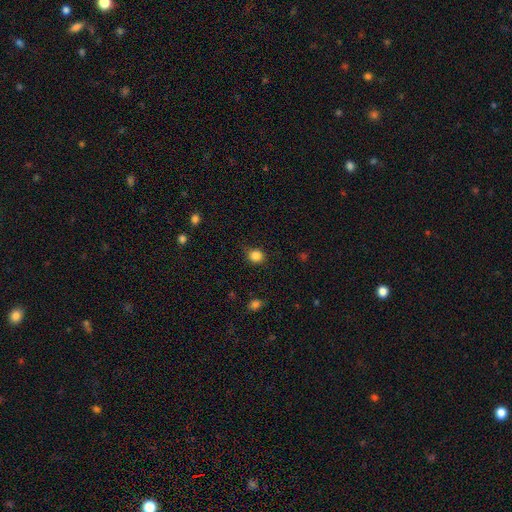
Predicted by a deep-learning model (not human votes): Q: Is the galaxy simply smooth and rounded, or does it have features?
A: smooth — 85%.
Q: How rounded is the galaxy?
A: round — 85%.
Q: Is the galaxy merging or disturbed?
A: none — 81%.